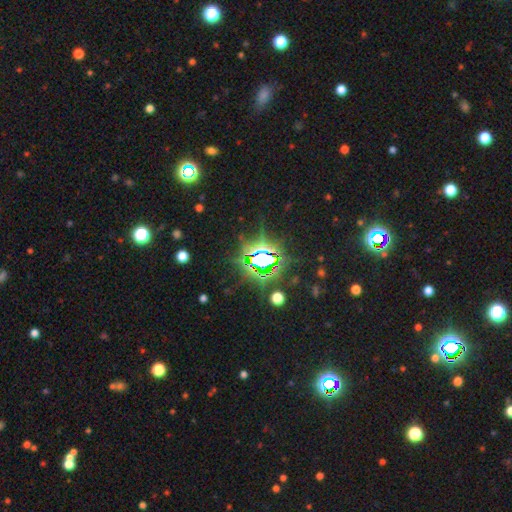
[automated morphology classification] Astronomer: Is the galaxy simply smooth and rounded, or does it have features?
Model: star or artifact — 80%.